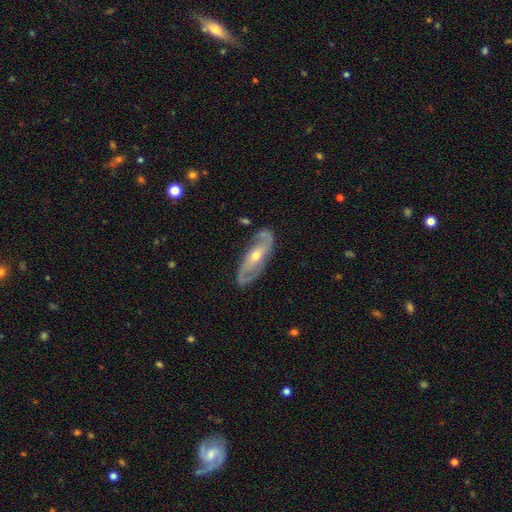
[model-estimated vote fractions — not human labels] This is clearly a featured or disk galaxy (85%). It is clearly not viewed edge-on (90%). Bar: possibly no (48%). Spiral arm pattern: clearly yes (93%). Spiral arm count: clearly 2 (87%). Spiral winding: possibly medium (45%). Central bulge: possibly moderate (52%). Merging: likely none (80%).